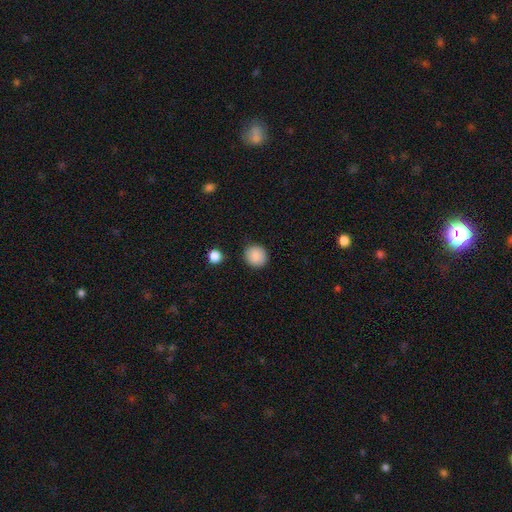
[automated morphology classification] Smooth or featured: smooth — 88% (star or artifact — 8%)
How rounded: round — 91% (in between — 8%)
Merging: none — 89% (minor disturbance — 7%)